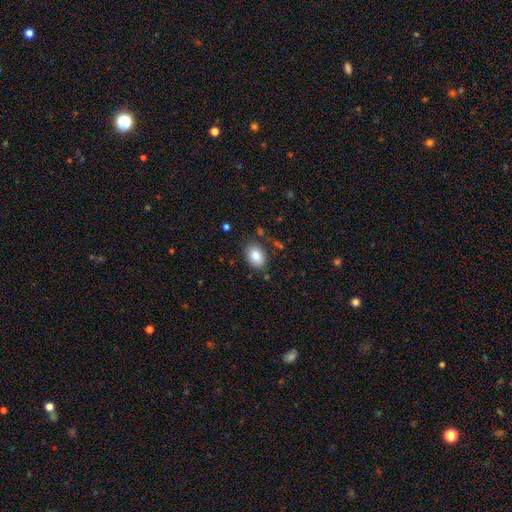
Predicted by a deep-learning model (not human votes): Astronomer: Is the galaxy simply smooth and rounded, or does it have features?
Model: smooth — 84%.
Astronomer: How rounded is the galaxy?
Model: in between — 79%.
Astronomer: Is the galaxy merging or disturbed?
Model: none — 82%.